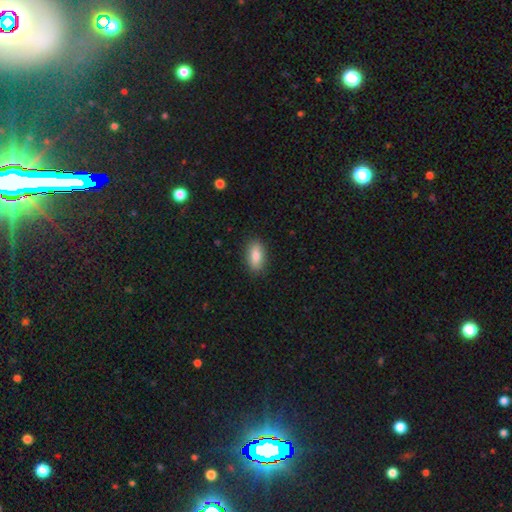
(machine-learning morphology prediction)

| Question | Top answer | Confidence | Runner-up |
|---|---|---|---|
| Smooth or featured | smooth | 82% | featured or disk (11%) |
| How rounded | in between | 87% | cigar-shaped (8%) |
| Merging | none | 88% | minor disturbance (9%) |